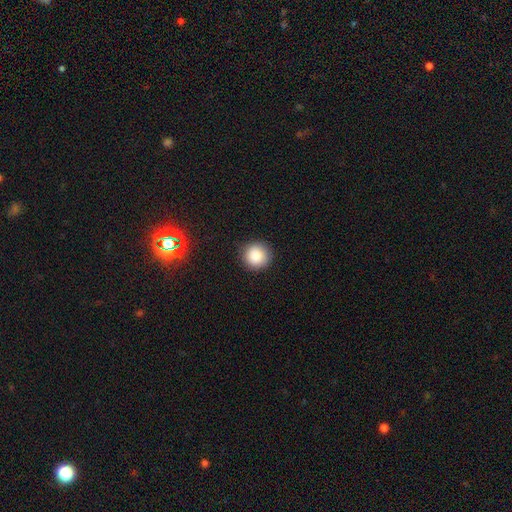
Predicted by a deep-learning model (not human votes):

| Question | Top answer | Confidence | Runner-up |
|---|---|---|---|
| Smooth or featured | smooth | 87% | star or artifact (9%) |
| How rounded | round | 94% | in between (5%) |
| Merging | none | 89% | minor disturbance (8%) |